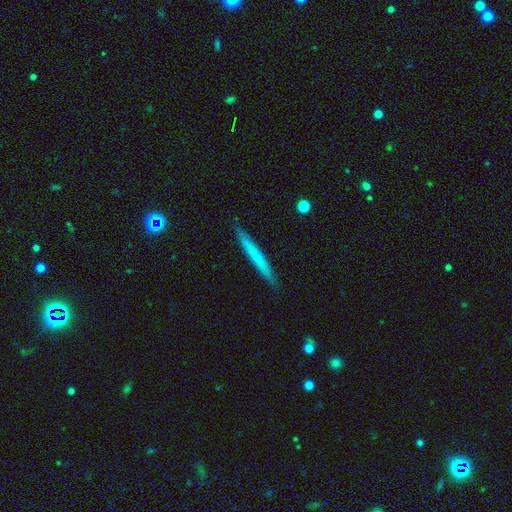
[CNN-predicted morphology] smooth-or-featured: smooth: 63% | featured or disk: 31% | star or artifact: 6%
  how-rounded: cigar-shaped: 97% | in between: 2% | round: 1%
  merging: none: 91% | minor disturbance: 7% | major disturbance: 1% | merger: 1%